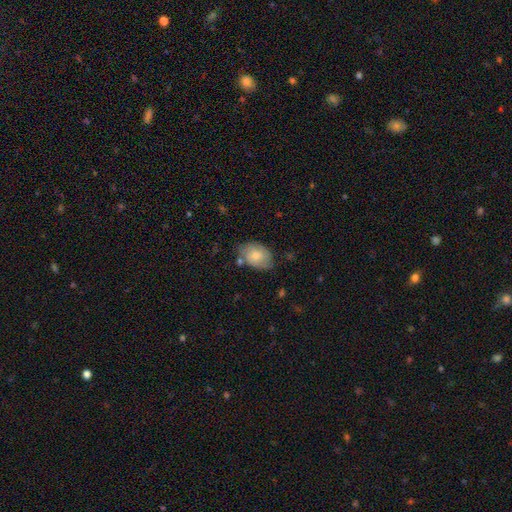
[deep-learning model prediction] The model was most divided on "merging": none: 65%, minor disturbance: 24%, major disturbance: 5%, merger: 5%. More confident: how rounded — in between (82%); smooth or featured — smooth (74%).